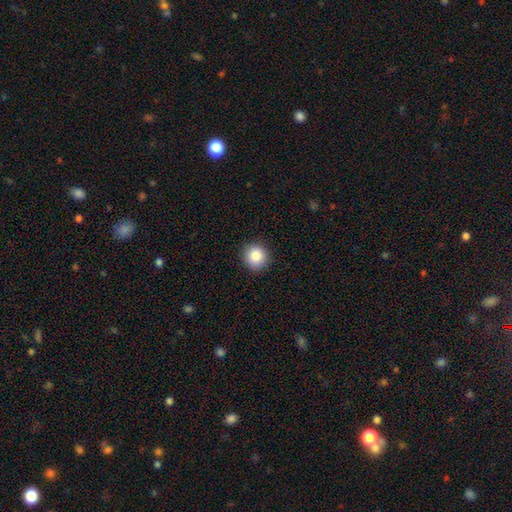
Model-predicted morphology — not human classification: type=smooth (86%); roundness=round (92%); merging=none (91%).